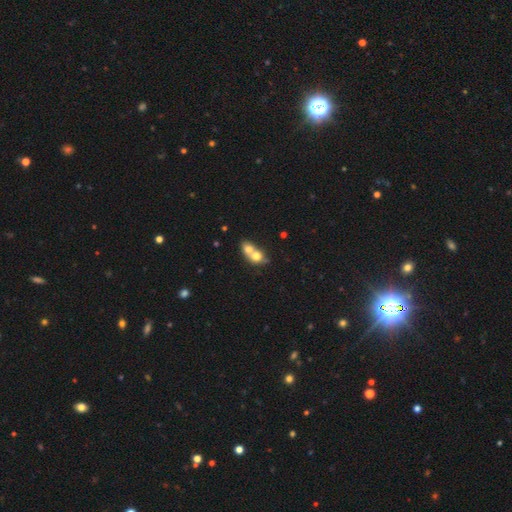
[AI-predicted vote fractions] Smooth or featured: smooth — 66% (featured or disk — 25%)
How rounded: round — 52% (in between — 46%)
Merging: merger — 75% (none — 17%)